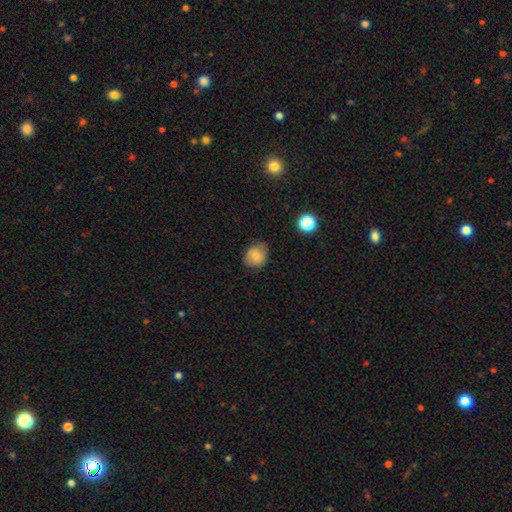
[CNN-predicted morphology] Smooth or featured? Predicted: smooth (p=0.79). How rounded? Predicted: round (p=0.66). Merging? Predicted: none (p=0.69).